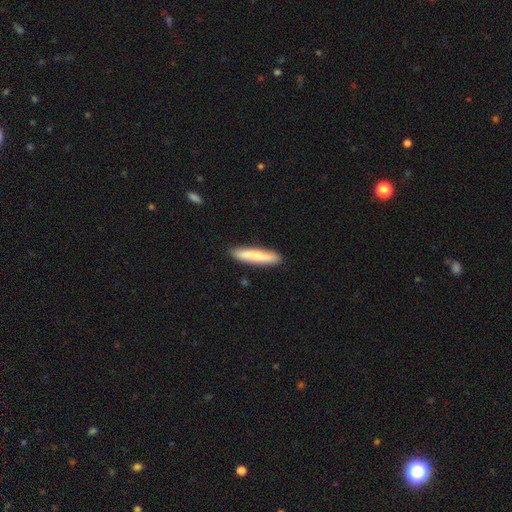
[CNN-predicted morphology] type=smooth (67%); roundness=cigar-shaped (86%); merging=none (87%).